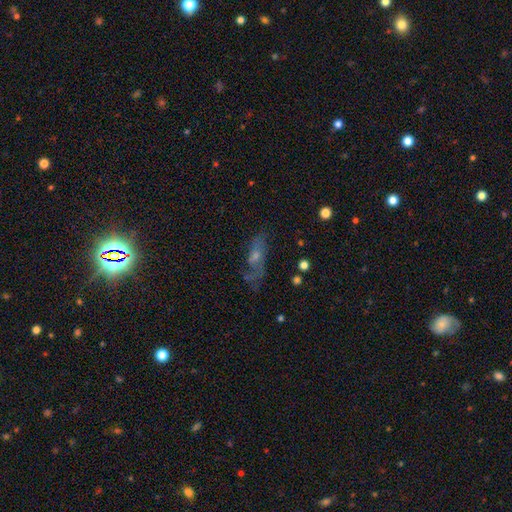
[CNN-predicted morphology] featured or disk 57%, smooth 27%, star or artifact 17%. Down the decision tree: edge-on disk — no (80%); merging — none (57%).